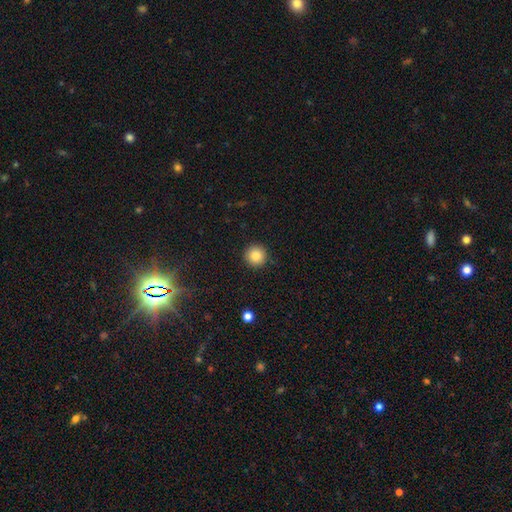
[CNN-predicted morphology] type=smooth (84%); roundness=round (96%); merging=none (92%).